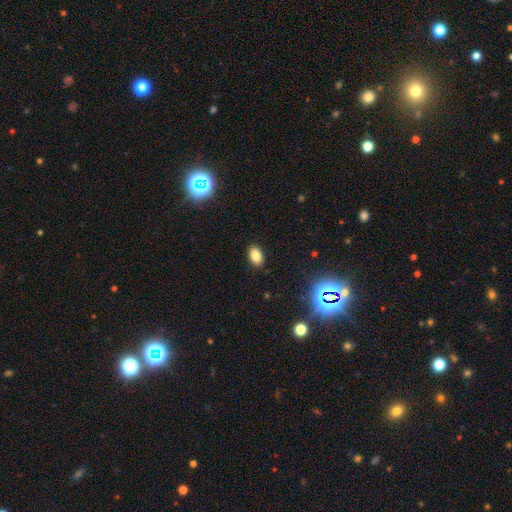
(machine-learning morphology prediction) This appears to be a smooth galaxy with no disk features (82%) that is in between round and cigar-shaped (89%). Merging: none (89%).